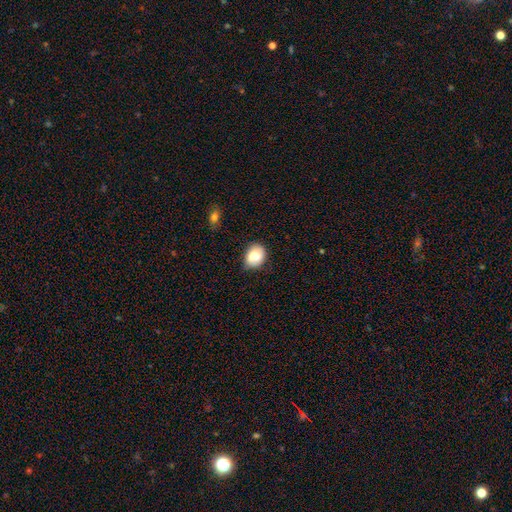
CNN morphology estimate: A smooth galaxy with no disk features (72%) that is in between round and cigar-shaped (53%).

Vote fractions:
- Smooth or featured? smooth: 72% / featured or disk: 19% / star or artifact: 9%
- How rounded? in between: 53% / round: 46% / cigar-shaped: 1%
- Merging? none: 65% / minor disturbance: 23% / merger: 7% / major disturbance: 5%